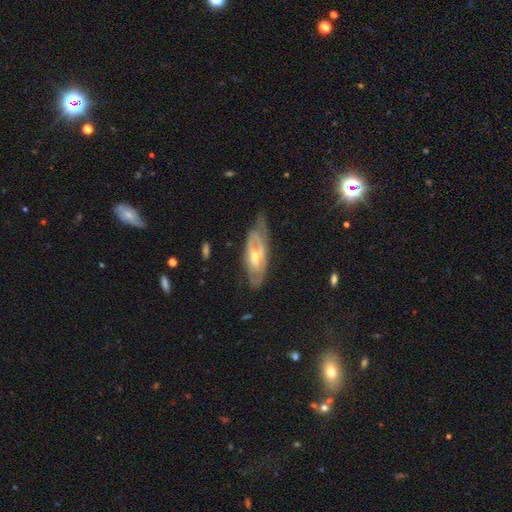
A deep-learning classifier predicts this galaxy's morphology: featured or disk 78%, smooth 16%, star or artifact 6%. Down the decision tree: edge-on disk — no (81%); bar — no (45%); spiral arms — yes (74%); bulge size — moderate (57%); merging — none (63%).